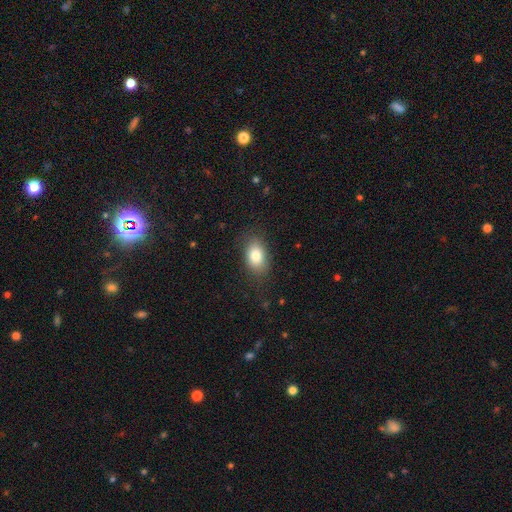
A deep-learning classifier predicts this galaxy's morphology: type=smooth (81%); roundness=in between (86%); merging=none (81%).